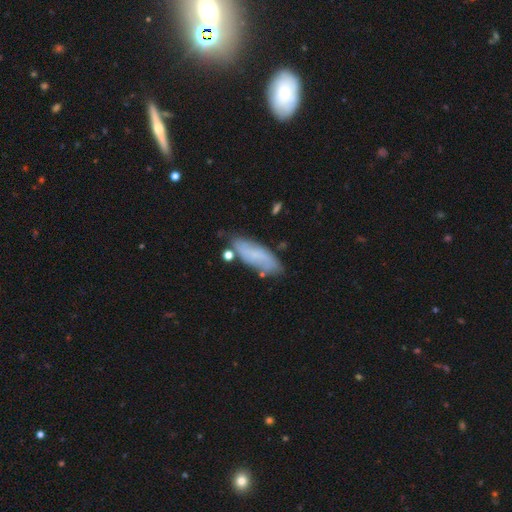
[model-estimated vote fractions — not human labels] This appears to be a smooth galaxy with no disk features (61%) that is in between round and cigar-shaped (60%). Merging: none (70%).